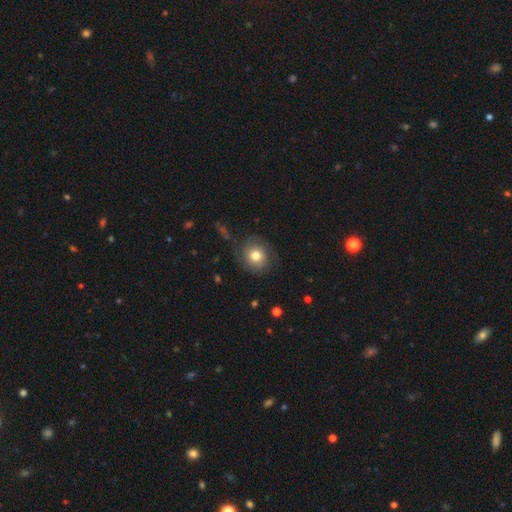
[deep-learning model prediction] Overall: smooth (70%). How rounded: round (84%). Merging: none (77%).